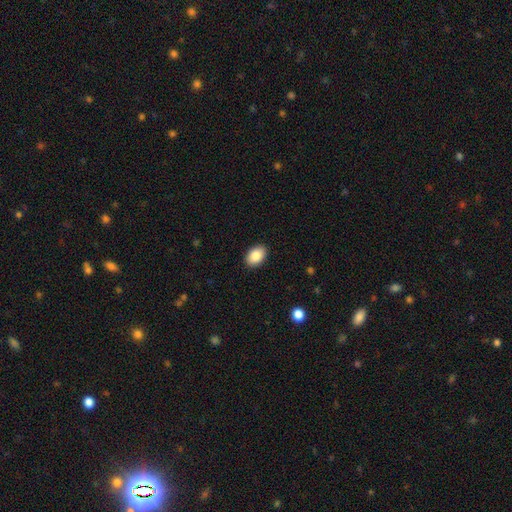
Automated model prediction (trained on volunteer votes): This is clearly a smooth galaxy (87%). How rounded: clearly in between (87%). Merging: clearly none (90%).